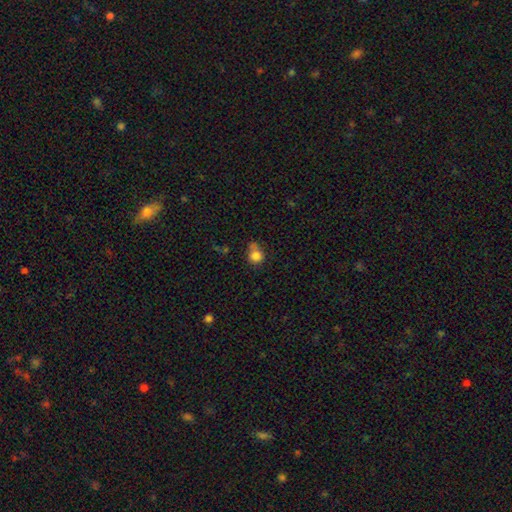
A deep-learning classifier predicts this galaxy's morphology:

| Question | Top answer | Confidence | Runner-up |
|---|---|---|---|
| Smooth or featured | smooth | 83% | star or artifact (11%) |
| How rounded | round | 81% | in between (18%) |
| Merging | none | 49% | minor disturbance (27%) |